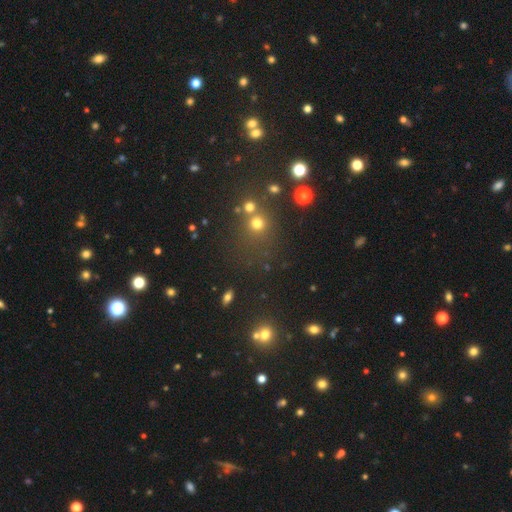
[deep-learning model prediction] Smooth or featured: star or artifact — 51% (smooth — 42%)